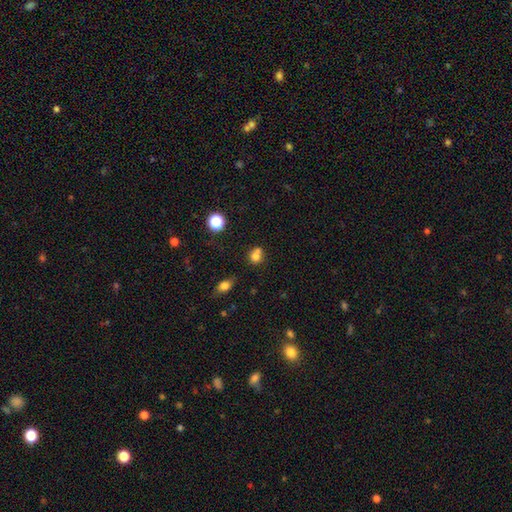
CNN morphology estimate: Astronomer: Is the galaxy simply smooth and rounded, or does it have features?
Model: smooth — 75%.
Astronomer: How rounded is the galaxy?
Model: round — 71%.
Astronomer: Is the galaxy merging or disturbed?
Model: none — 41%, tied with merger at 41%.